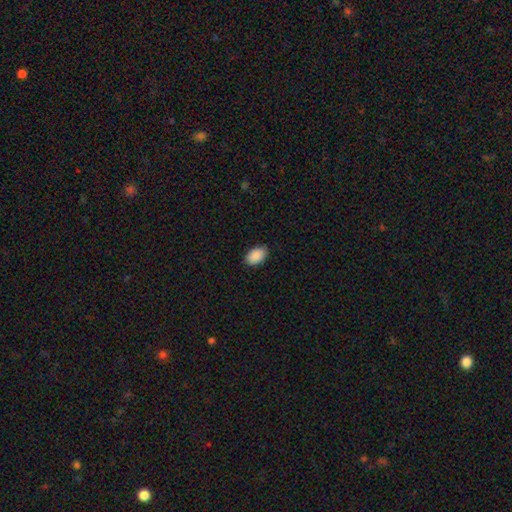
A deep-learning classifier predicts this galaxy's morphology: Smooth or featured: smooth — 90% (star or artifact — 7%)
How rounded: in between — 91% (round — 8%)
Merging: none — 86% (minor disturbance — 11%)